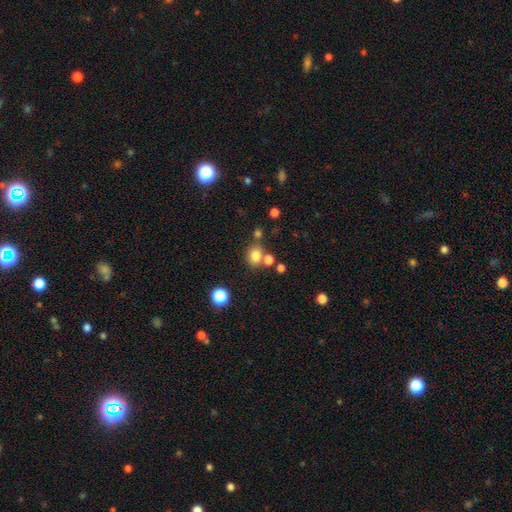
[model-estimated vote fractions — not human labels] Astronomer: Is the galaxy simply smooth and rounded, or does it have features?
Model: smooth — 78%.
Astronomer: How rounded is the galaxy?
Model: round — 63%.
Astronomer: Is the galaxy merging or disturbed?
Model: none — 64%.